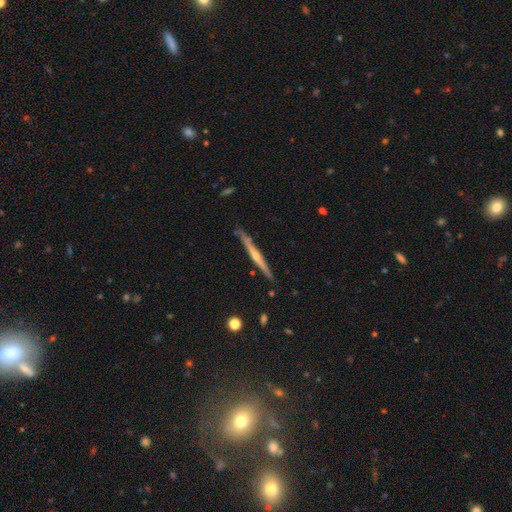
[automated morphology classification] Overall: featured or disk (72%). Edge-on disk: yes (98%). Edge-on bulge: rounded (64%; none 30%). Merging: none (85%).